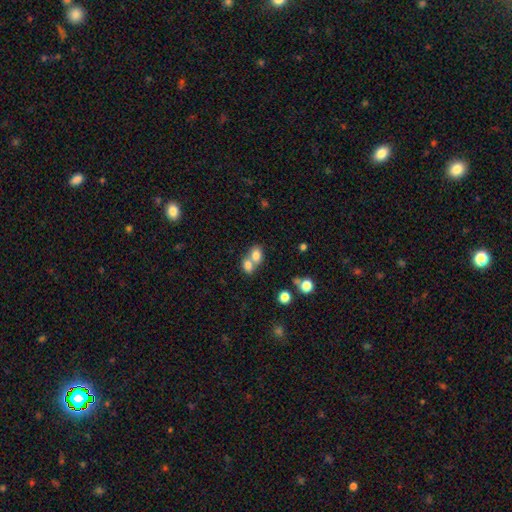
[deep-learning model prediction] A smooth galaxy with no disk features (78%) that is in between round and cigar-shaped (65%). Merging: merger (63%).